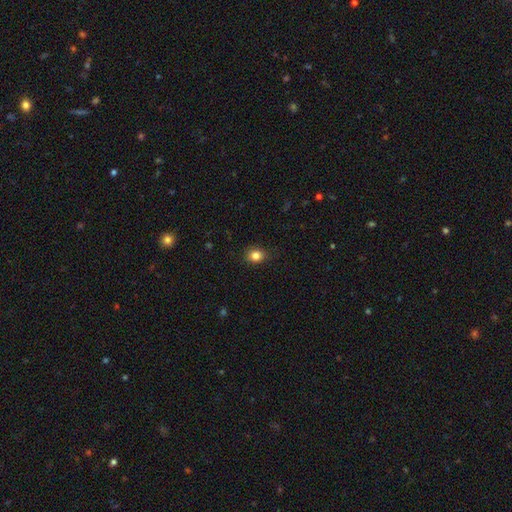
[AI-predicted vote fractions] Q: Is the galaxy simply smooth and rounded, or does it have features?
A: smooth — 84%.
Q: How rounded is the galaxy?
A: round — 65%.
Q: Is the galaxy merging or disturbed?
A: none — 83%.